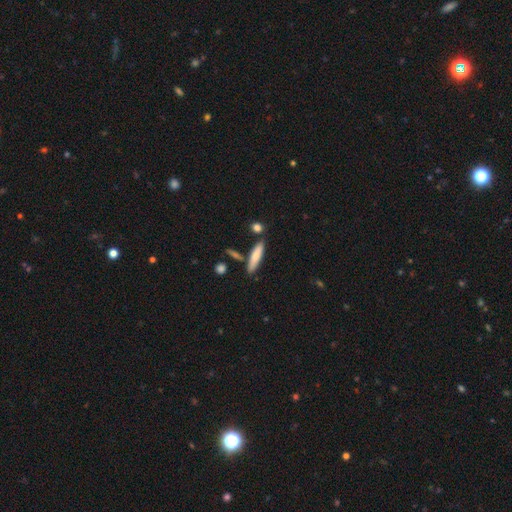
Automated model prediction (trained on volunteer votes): A smooth galaxy with no disk features (74%) that is cigar-shaped (76%).

Vote fractions:
- Smooth or featured? smooth: 74% / featured or disk: 20% / star or artifact: 6%
- How rounded? cigar-shaped: 76% / in between: 22% / round: 2%
- Merging? none: 77% / minor disturbance: 13% / merger: 8% / major disturbance: 3%